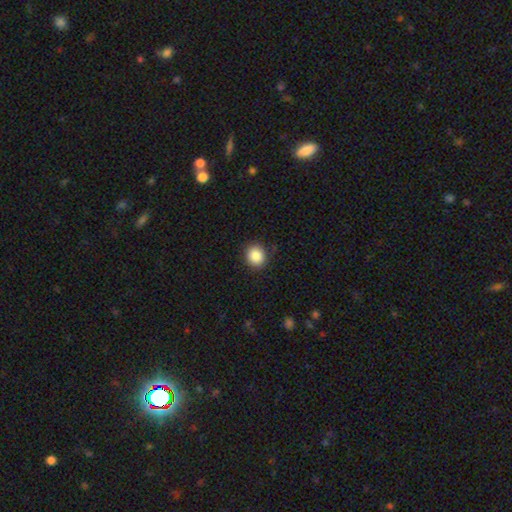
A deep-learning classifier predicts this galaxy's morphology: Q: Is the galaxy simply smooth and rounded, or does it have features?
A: smooth — 87%.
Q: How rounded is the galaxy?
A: round — 79%.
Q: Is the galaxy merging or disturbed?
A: none — 89%.